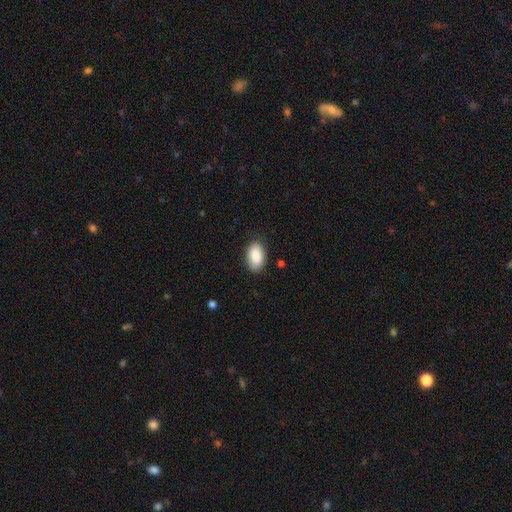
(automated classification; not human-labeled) Q: Smooth or featured?
A: smooth (85%); runner-up: featured or disk (8%)
Q: How rounded?
A: in between (93%); runner-up: round (5%)
Q: Merging?
A: none (83%); runner-up: minor disturbance (13%)